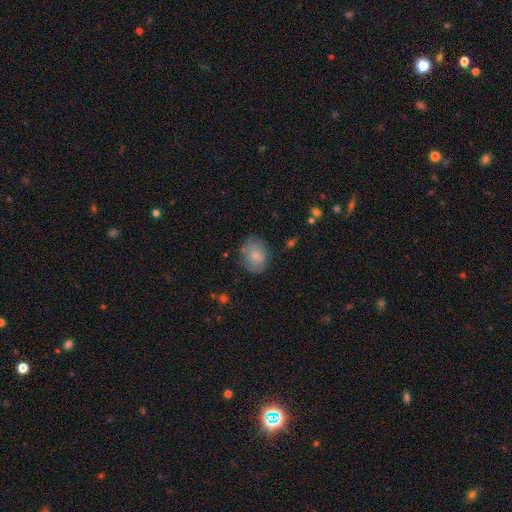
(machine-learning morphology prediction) Q: Smooth or featured?
A: smooth (76%); runner-up: featured or disk (16%)
Q: How rounded?
A: in between (52%); runner-up: round (47%)
Q: Merging?
A: none (76%); runner-up: minor disturbance (17%)